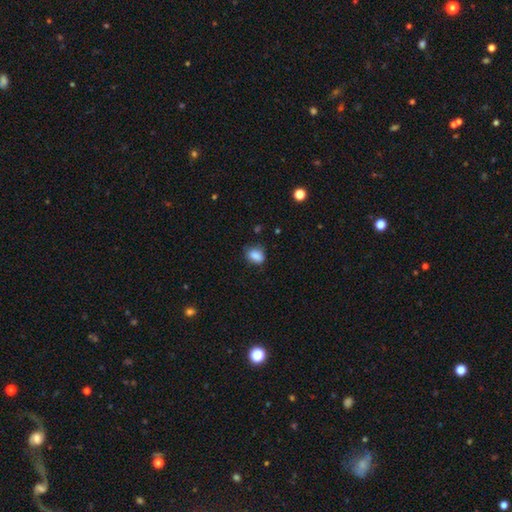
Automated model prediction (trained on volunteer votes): A smooth galaxy with no disk features (86%) that is in between round and cigar-shaped (68%).

Vote fractions:
- Smooth or featured? smooth: 86% / star or artifact: 9% / featured or disk: 5%
- How rounded? in between: 68% / round: 31% / cigar-shaped: 1%
- Merging? none: 72% / minor disturbance: 22% / major disturbance: 4% / merger: 2%